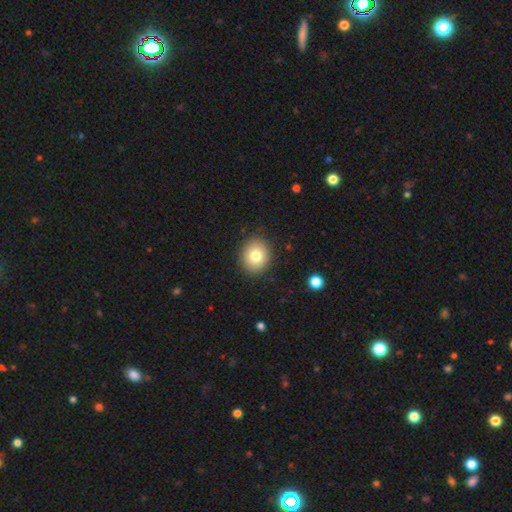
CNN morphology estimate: This is likely a smooth galaxy (78%). How rounded: likely round (70%). Merging: clearly none (89%).